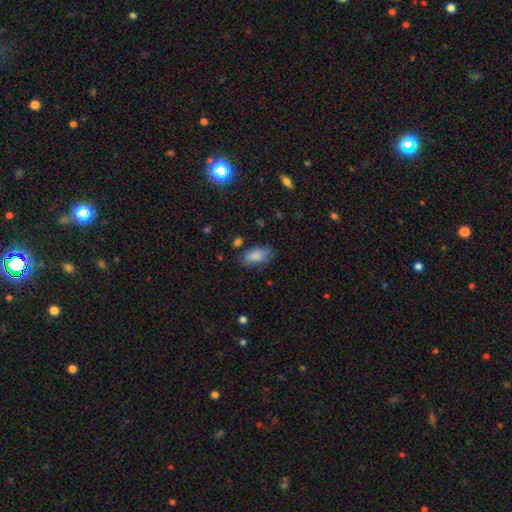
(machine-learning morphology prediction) A smooth galaxy with no disk features (83%) that is in between round and cigar-shaped (91%). Merging: none (71%).